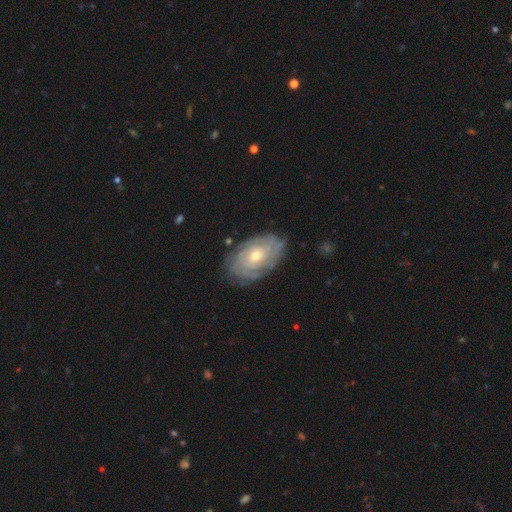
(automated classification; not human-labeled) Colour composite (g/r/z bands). It shows a featured or disk galaxy (78%) with no bar (75%), tight (77%) spiral arms (90%) and a moderate central bulge (54%). Merging: none (79%).